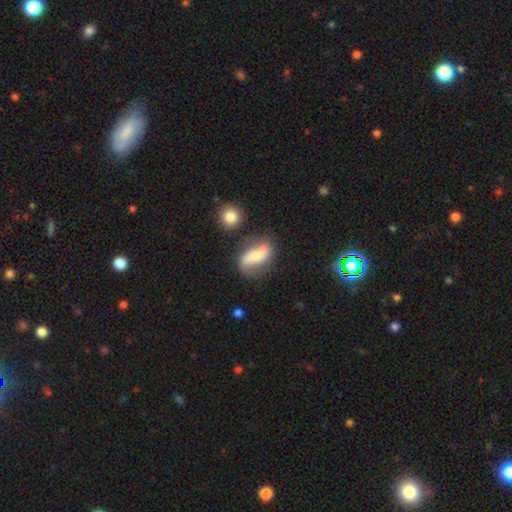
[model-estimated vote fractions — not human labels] featured or disk 47%, smooth 45%, star or artifact 8%. Down the decision tree: merging — none (62%).